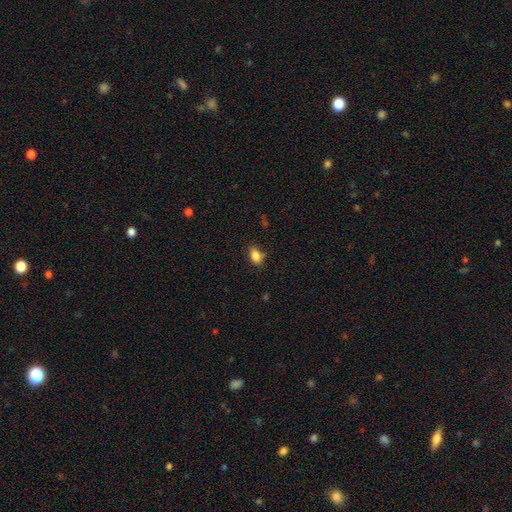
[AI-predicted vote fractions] A smooth galaxy with no disk features (85%) that is in between round and cigar-shaped (78%).

Vote fractions:
- Smooth or featured? smooth: 85% / star or artifact: 10% / featured or disk: 5%
- How rounded? in between: 78% / round: 20% / cigar-shaped: 2%
- Merging? none: 79% / minor disturbance: 15% / major disturbance: 3% / merger: 3%